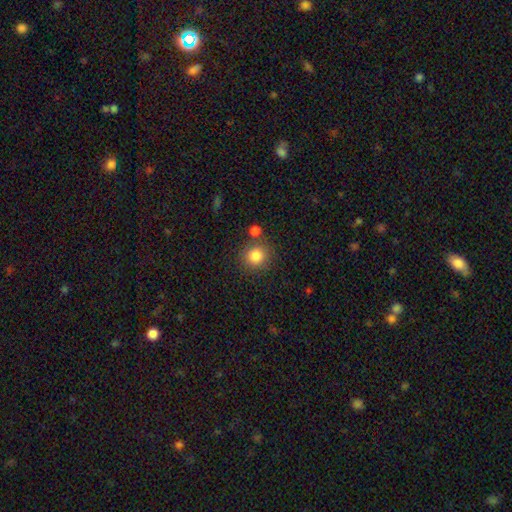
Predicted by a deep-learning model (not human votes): Smooth or featured? Predicted: smooth (p=0.84). How rounded? Predicted: round (p=0.89). Merging? Predicted: none (p=0.76).